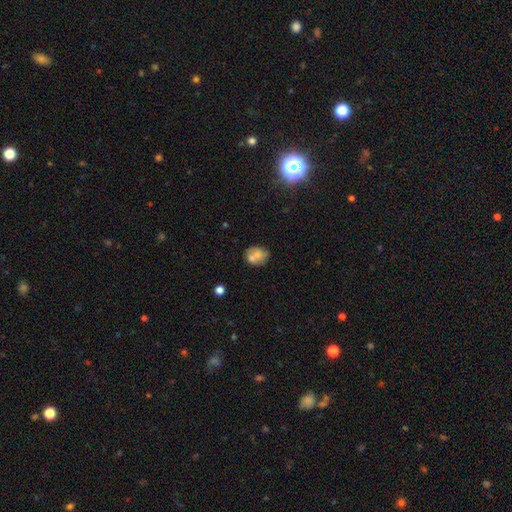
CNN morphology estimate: smooth_or_featured: smooth (p=0.64) [alt: featured or disk p=0.26]
how_rounded: round (p=0.52) [alt: in between p=0.47]
merging: none (p=0.47) [alt: merger p=0.34]